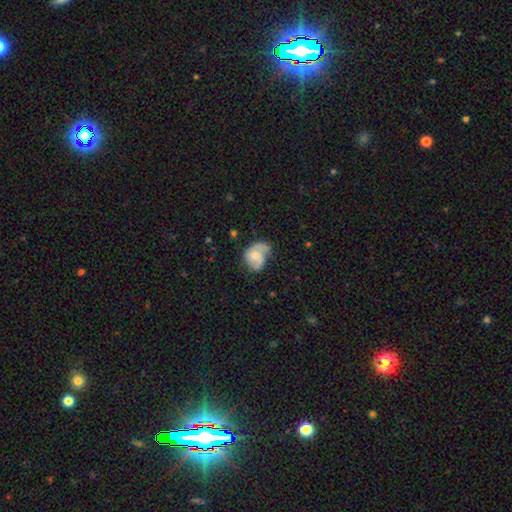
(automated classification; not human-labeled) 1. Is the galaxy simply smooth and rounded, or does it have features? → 57% featured or disk, 36% smooth, 7% star or artifact.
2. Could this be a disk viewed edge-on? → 97% no, 3% yes.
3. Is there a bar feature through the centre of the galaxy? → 69% no, 27% weak, 4% strong.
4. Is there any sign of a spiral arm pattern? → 83% yes, 17% no.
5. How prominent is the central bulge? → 47% moderate, 39% small, 7% none, 5% large, 1% dominant.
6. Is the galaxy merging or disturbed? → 40% none, 33% minor disturbance, 23% major disturbance, 4% merger.